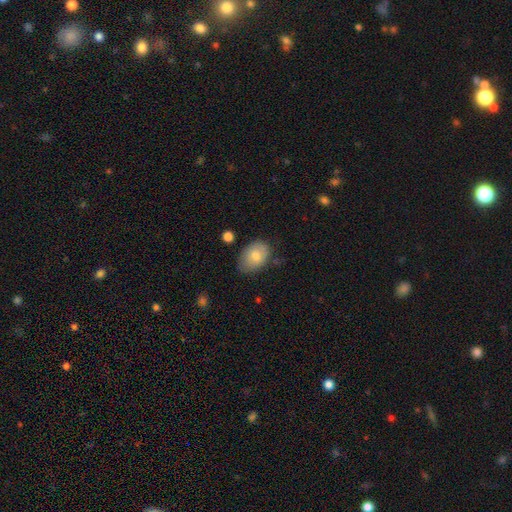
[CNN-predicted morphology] Smooth or featured?
  - smooth: 77% *
  - featured or disk: 16%
  - star or artifact: 7%
How rounded?
  - in between: 83% *
  - round: 16%
  - cigar-shaped: 1%
Merging?
  - none: 70% *
  - minor disturbance: 23%
  - major disturbance: 4%
  - merger: 2%